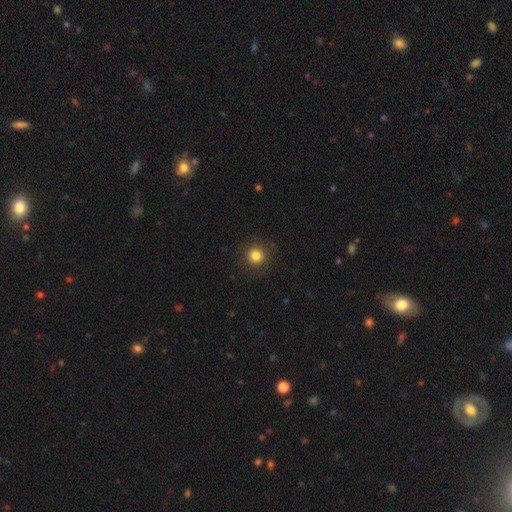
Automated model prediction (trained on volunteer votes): Smooth or featured?
  - smooth: 83% *
  - star or artifact: 12%
  - featured or disk: 5%
How rounded?
  - round: 95% *
  - in between: 4%
  - cigar-shaped: 1%
Merging?
  - none: 90% *
  - minor disturbance: 6%
  - major disturbance: 2%
  - merger: 1%